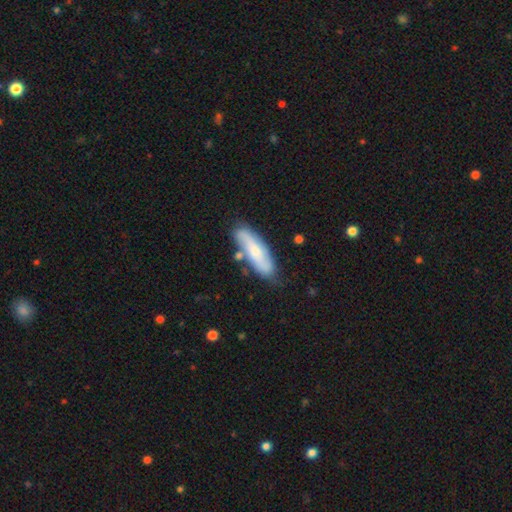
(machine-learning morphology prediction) A smooth galaxy with no disk features (56%) that is in between round and cigar-shaped (51%). Merging: none (66%).